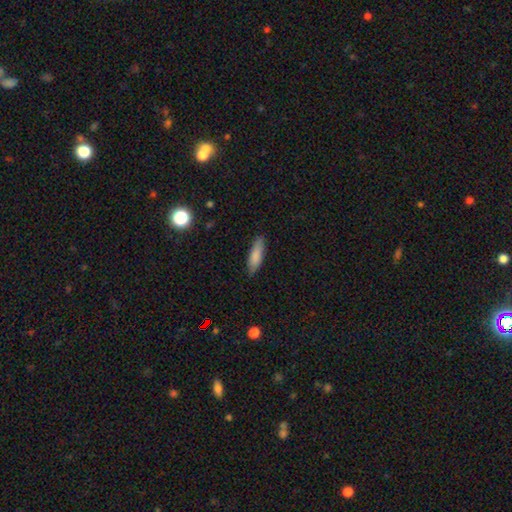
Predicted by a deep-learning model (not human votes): Q: Smooth or featured?
A: smooth (84%); runner-up: featured or disk (9%)
Q: How rounded?
A: cigar-shaped (60%); runner-up: in between (38%)
Q: Merging?
A: none (85%); runner-up: minor disturbance (12%)